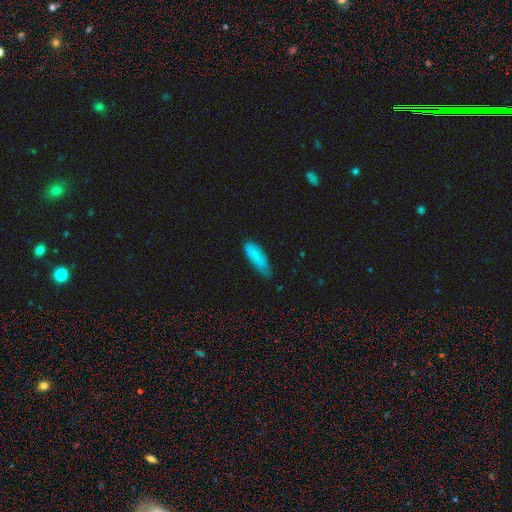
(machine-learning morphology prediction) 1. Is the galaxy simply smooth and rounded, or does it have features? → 77% smooth, 17% featured or disk, 6% star or artifact.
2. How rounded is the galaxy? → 68% in between, 30% cigar-shaped, 2% round.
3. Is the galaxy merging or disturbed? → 45% minor disturbance, 44% none, 9% major disturbance, 2% merger.